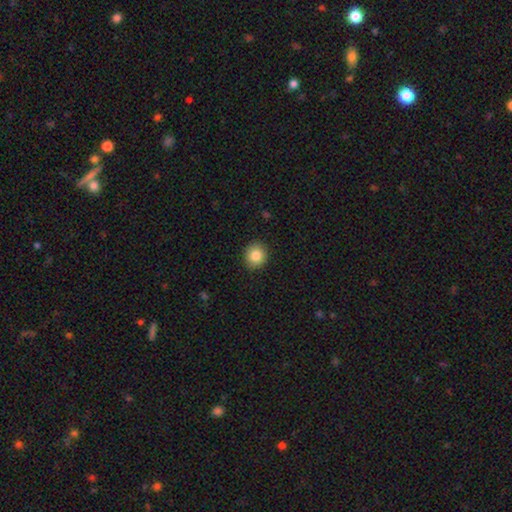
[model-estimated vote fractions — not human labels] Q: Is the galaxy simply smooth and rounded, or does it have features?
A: smooth — 85%.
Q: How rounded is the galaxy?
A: round — 87%.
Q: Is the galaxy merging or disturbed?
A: none — 91%.